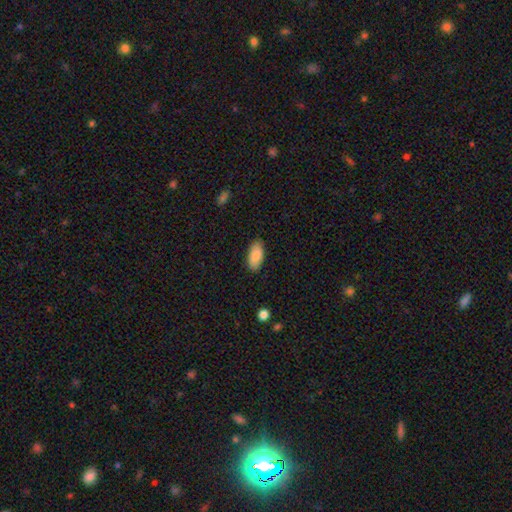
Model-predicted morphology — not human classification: Smooth or featured? Predicted: smooth (p=0.87). How rounded? Predicted: in between (p=0.91). Merging? Predicted: none (p=0.84).